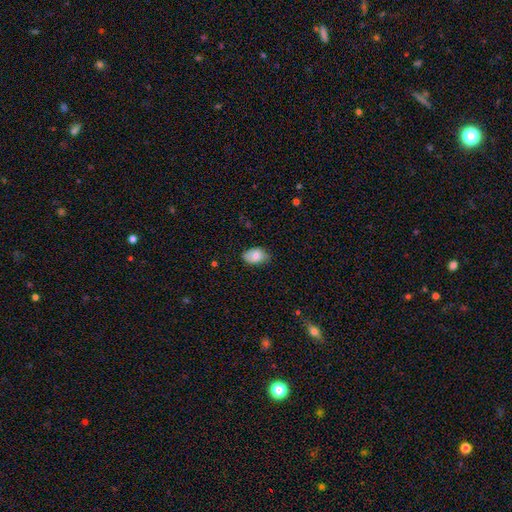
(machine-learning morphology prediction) The model was most divided on "merging": none: 70%, minor disturbance: 25%, major disturbance: 4%, merger: 1%. More confident: how rounded — in between (88%); smooth or featured — smooth (78%).